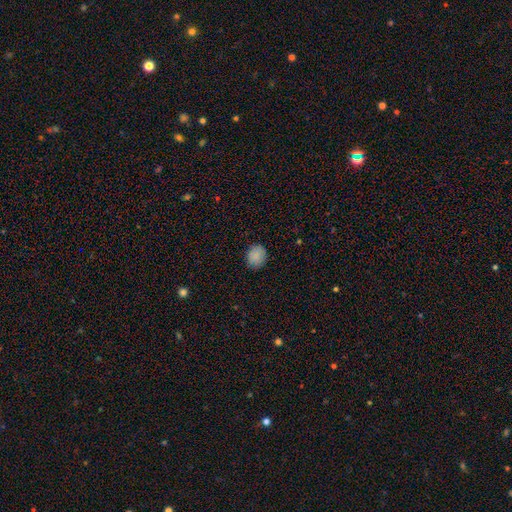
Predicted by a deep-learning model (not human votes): smooth_or_featured: smooth (p=0.88) [alt: star or artifact p=0.08]
how_rounded: round (p=0.65) [alt: in between p=0.34]
merging: none (p=0.86) [alt: minor disturbance p=0.11]